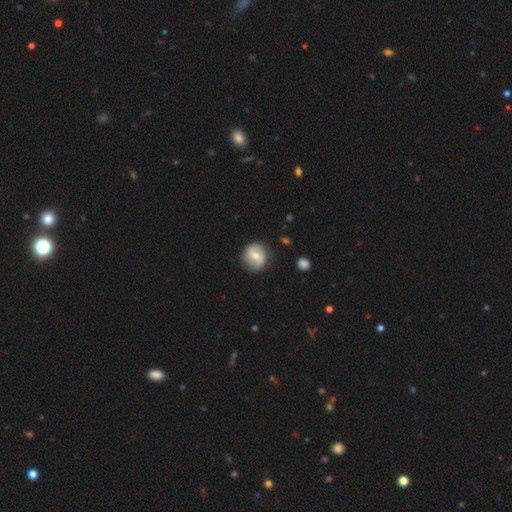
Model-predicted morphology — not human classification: A featured or disk galaxy (51%).

Vote fractions:
- Smooth or featured? featured or disk: 51% / smooth: 42% / star or artifact: 7%
- Edge-on disk? no: 97% / yes: 3%
- Merging? none: 82% / minor disturbance: 13% / major disturbance: 4% / merger: 2%